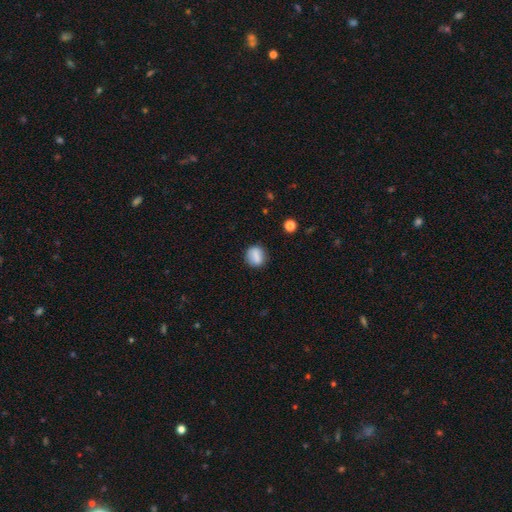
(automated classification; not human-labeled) Smooth or featured?
  - smooth: 79% *
  - featured or disk: 12%
  - star or artifact: 8%
How rounded?
  - round: 67% *
  - in between: 31%
  - cigar-shaped: 2%
Merging?
  - none: 82% *
  - minor disturbance: 12%
  - major disturbance: 3%
  - merger: 2%